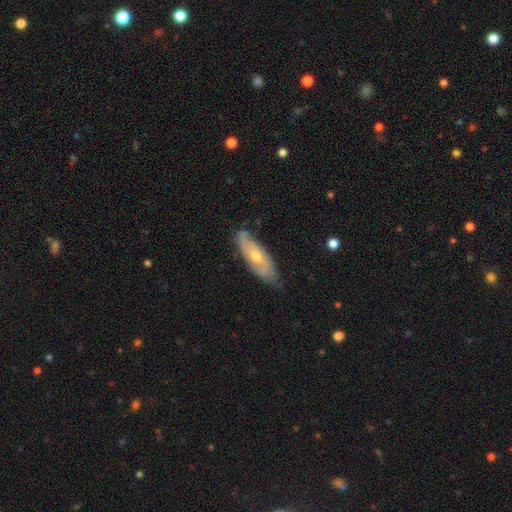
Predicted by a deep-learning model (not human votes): Morphology: type=featured or disk (60%); edge-on=no (71%); merging=none (72%).